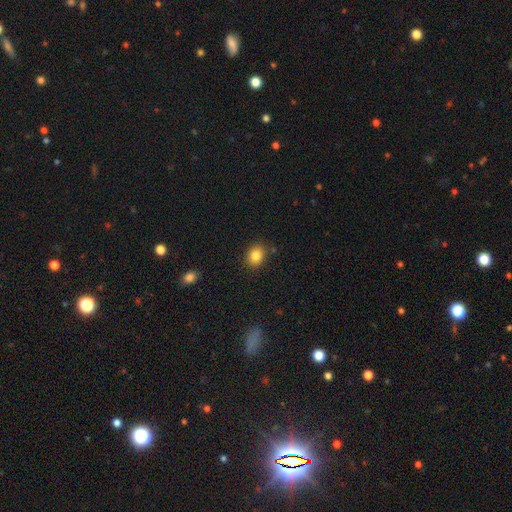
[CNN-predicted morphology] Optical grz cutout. It shows a smooth galaxy with no disk features (85%) that is round (60%). Merging: none (85%).